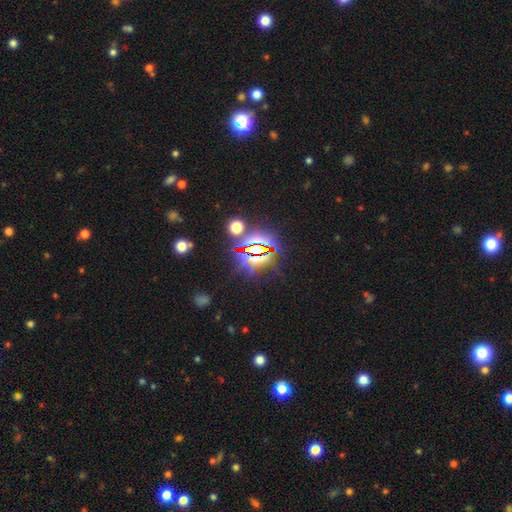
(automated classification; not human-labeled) star or artifact 80%, smooth 13%, featured or disk 8%.